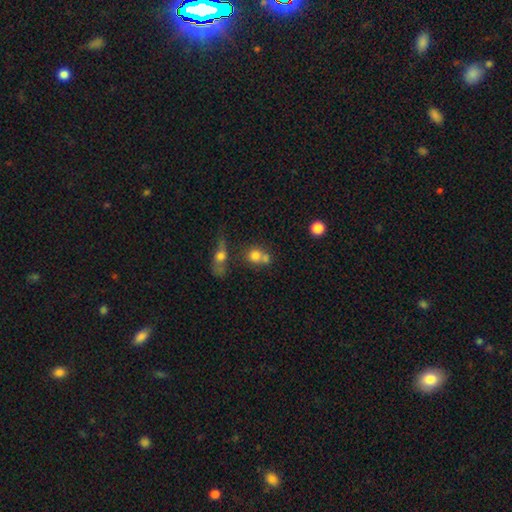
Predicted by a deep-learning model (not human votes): smooth-or-featured: smooth: 73% | featured or disk: 15% | star or artifact: 12%
  how-rounded: round: 76% | in between: 22% | cigar-shaped: 2%
  merging: merger: 48% | none: 37% | minor disturbance: 10% | major disturbance: 6%